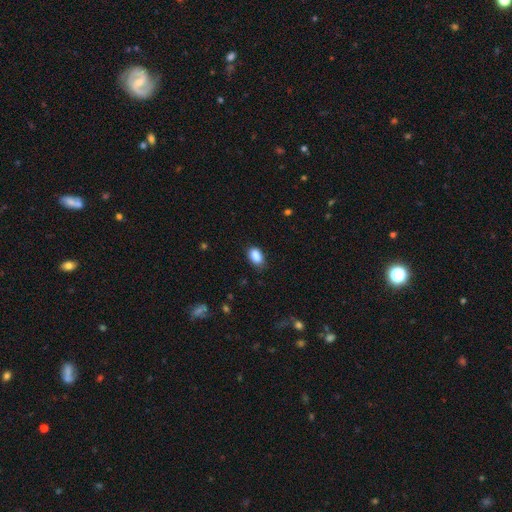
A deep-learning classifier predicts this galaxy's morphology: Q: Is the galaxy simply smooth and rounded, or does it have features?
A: smooth — 88%.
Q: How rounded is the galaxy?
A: in between — 89%.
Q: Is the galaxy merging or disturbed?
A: none — 78%.